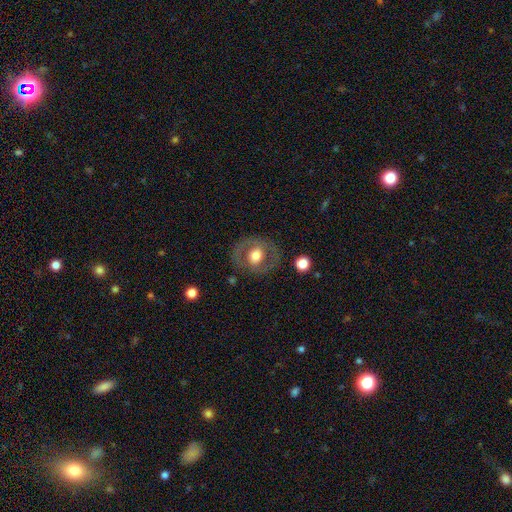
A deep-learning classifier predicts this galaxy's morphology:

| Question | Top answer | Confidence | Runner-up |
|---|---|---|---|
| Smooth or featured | smooth | 47% | featured or disk (46%) |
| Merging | none | 78% | minor disturbance (12%) |